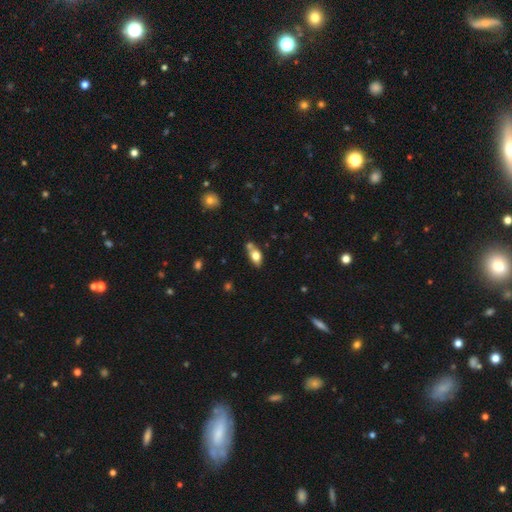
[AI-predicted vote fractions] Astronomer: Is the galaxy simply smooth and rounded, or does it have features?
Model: smooth — 71%.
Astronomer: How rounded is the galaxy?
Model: in between — 84%.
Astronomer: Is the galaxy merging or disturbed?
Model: none — 56%.